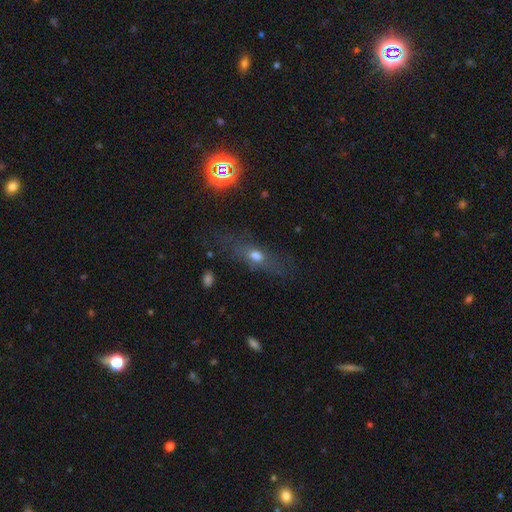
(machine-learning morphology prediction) type=smooth (57%); roundness=in between (50%); merging=none (62%).